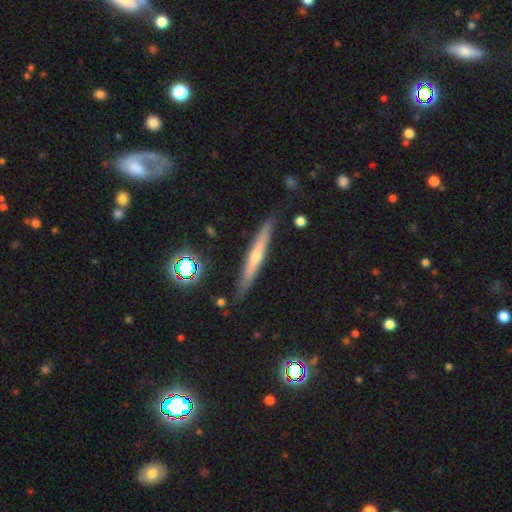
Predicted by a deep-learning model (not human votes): The model was most divided on "smooth or featured": featured or disk: 68%, smooth: 24%, star or artifact: 8%. More confident: edge-on disk — yes (95%); merging — none (86%); edge-on bulge — rounded (73%).